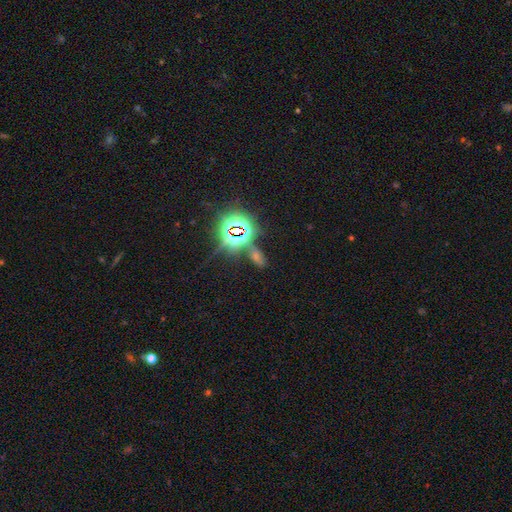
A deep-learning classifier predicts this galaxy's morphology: smooth_or_featured: star or artifact (p=0.71) [alt: smooth p=0.19]